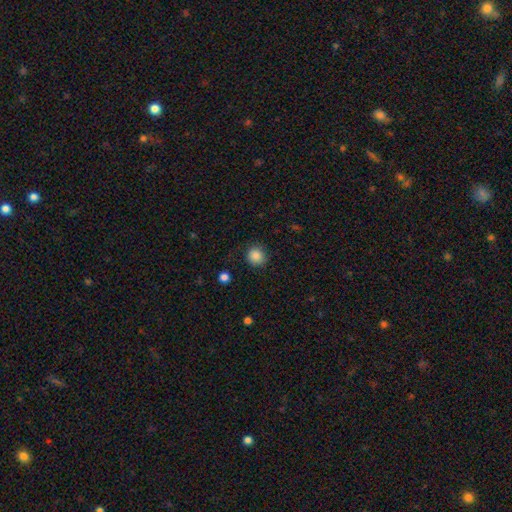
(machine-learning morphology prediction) A smooth galaxy with no disk features (87%) that is round (91%). Merging: none (87%).